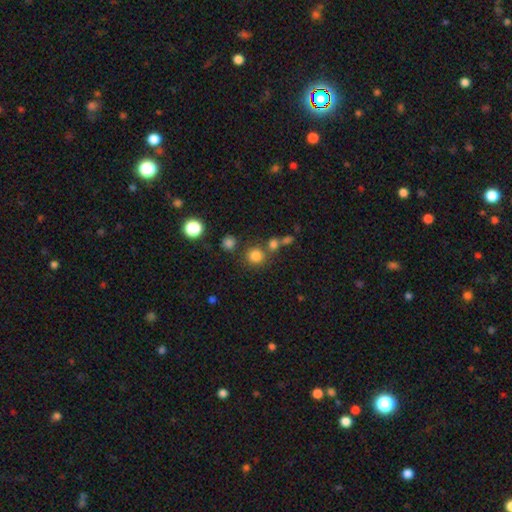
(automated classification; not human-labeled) smooth_or_featured: smooth (p=0.78) [alt: star or artifact p=0.16]
how_rounded: round (p=0.90) [alt: in between p=0.09]
merging: none (p=0.71) [alt: merger p=0.16]